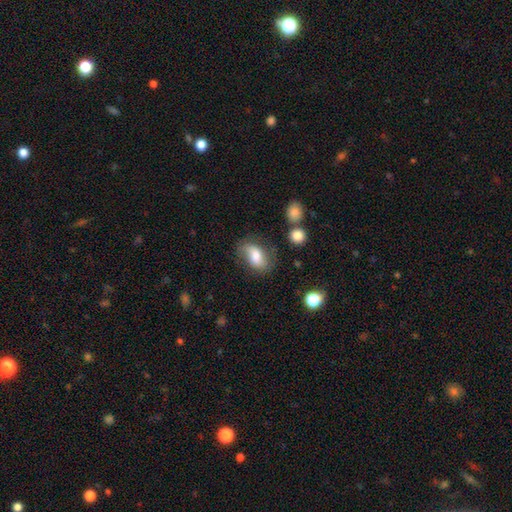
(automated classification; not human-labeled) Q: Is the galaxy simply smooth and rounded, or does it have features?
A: smooth — 66%.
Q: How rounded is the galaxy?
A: in between — 87%.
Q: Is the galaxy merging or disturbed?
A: none — 66%.